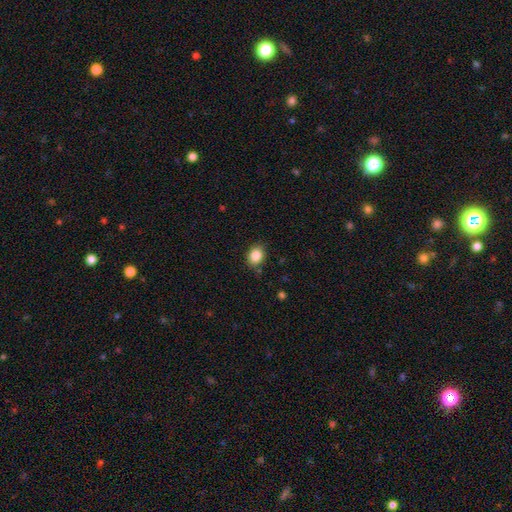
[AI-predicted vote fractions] Smooth or featured: smooth — 86% (star or artifact — 9%)
How rounded: in between — 51% (round — 49%)
Merging: none — 84% (minor disturbance — 12%)